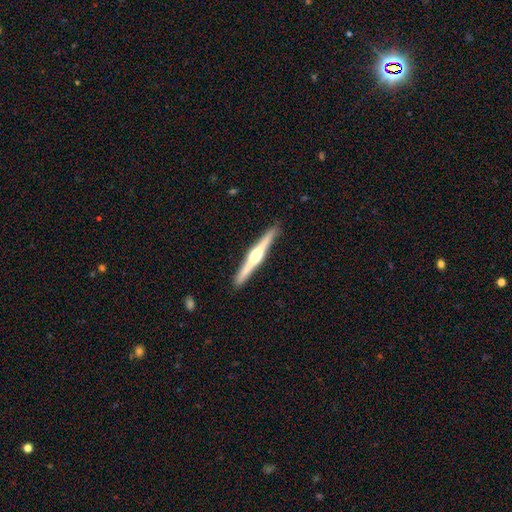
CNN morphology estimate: Smooth or featured: featured or disk — 77% (smooth — 18%)
Edge-on disk: yes — 98% (no — 2%)
Edge-on bulge: rounded — 91% (boxy — 6%)
Merging: none — 92% (minor disturbance — 6%)